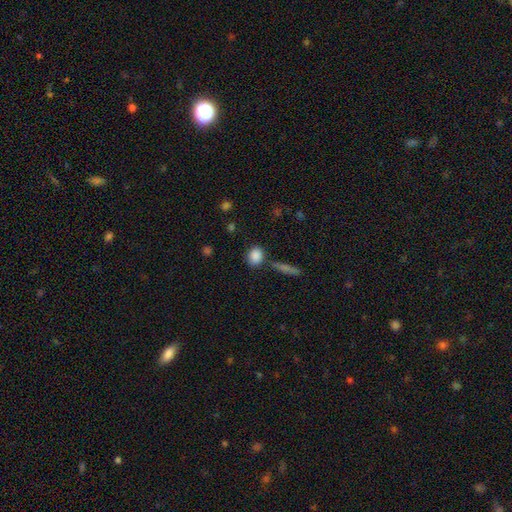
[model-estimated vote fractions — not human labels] This is clearly a smooth galaxy (87%). How rounded: possibly round (59%). Merging: likely none (77%).